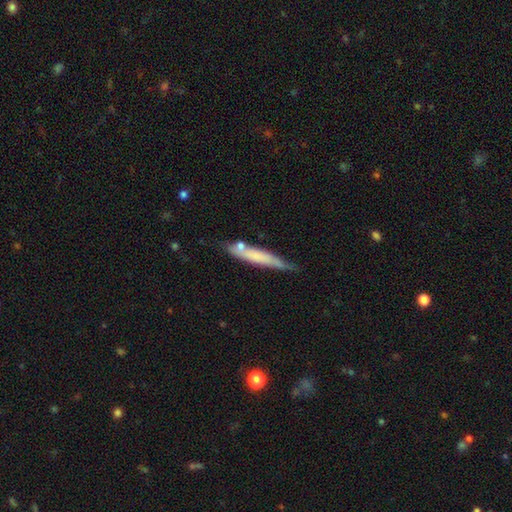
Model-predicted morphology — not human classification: Overall: smooth (57%; featured or disk 36%). How rounded: cigar-shaped (91%). Merging: none (63%; minor disturbance 23%).